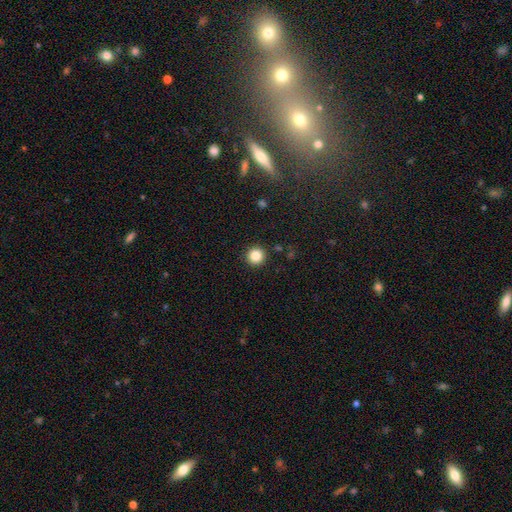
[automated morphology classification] This appears to be a smooth galaxy with no disk features (85%) that is round (95%). Merging: none (92%).